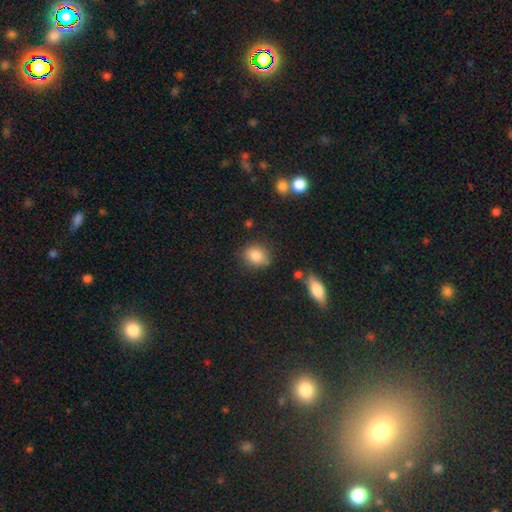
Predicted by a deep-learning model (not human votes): Q: Smooth or featured?
A: smooth (84%); runner-up: star or artifact (9%)
Q: How rounded?
A: round (57%); runner-up: in between (42%)
Q: Merging?
A: none (76%); runner-up: minor disturbance (16%)